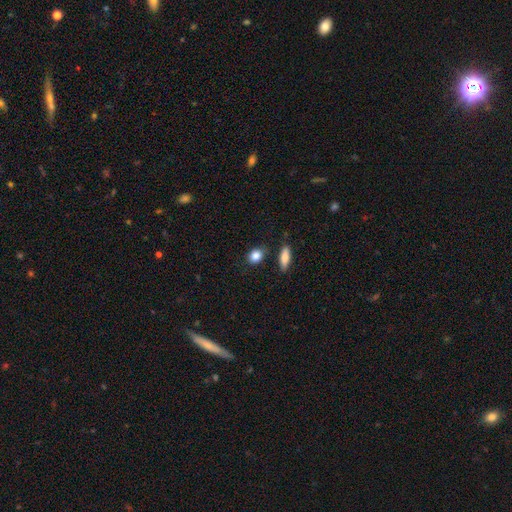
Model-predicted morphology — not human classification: A smooth galaxy with no disk features (87%) that is in between round and cigar-shaped (54%). Merging: none (79%).